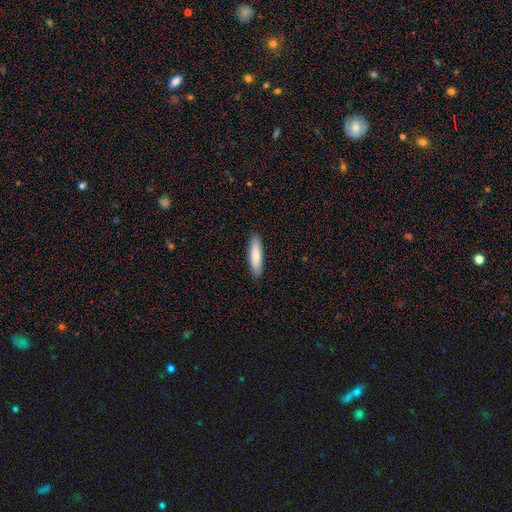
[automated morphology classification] type=smooth (78%); roundness=cigar-shaped (75%); merging=none (89%).